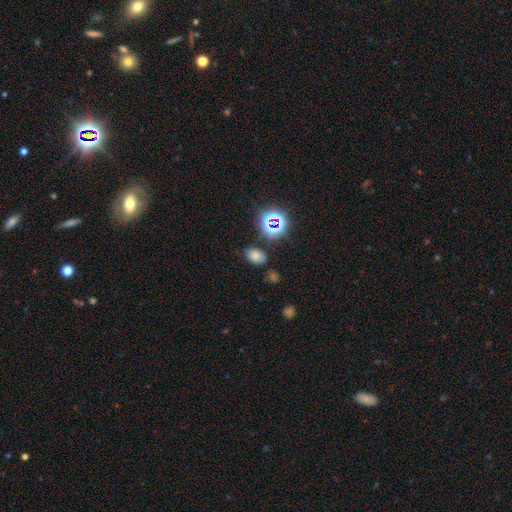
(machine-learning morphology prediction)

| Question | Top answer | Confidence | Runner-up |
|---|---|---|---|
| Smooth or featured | smooth | 67% | star or artifact (23%) |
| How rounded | in between | 82% | round (17%) |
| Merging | none | 78% | minor disturbance (14%) |